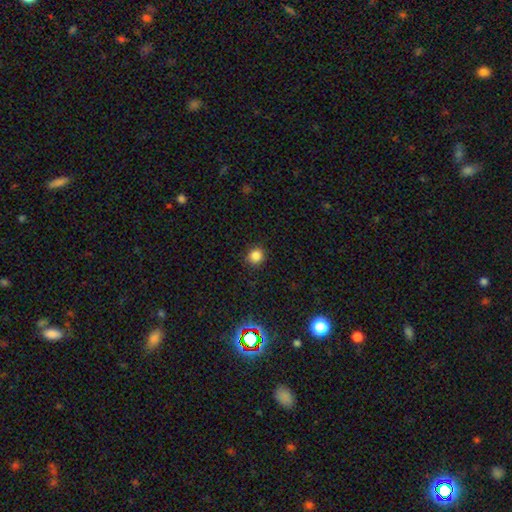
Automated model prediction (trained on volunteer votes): The model was most divided on "smooth or featured": smooth: 83%, star or artifact: 13%, featured or disk: 4%. More confident: merging — none (88%); how rounded — round (88%).